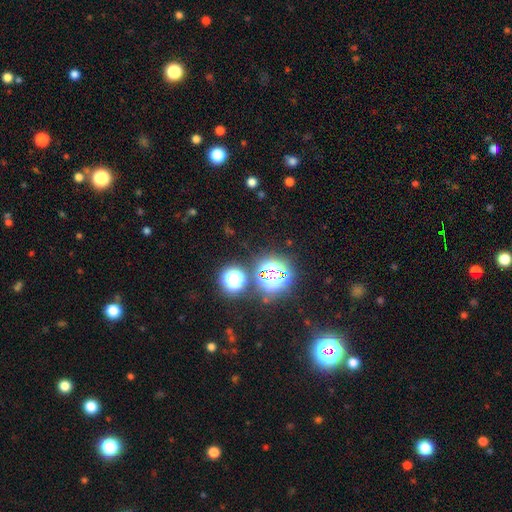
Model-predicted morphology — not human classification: smooth_or_featured: star or artifact (p=0.76) [alt: smooth p=0.17]